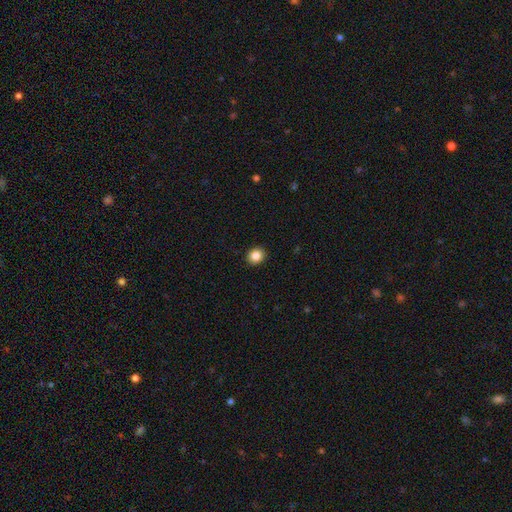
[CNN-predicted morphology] The model was most divided on "how rounded": round: 74%, in between: 25%, cigar-shaped: 1%. More confident: merging — none (92%); smooth or featured — smooth (86%).